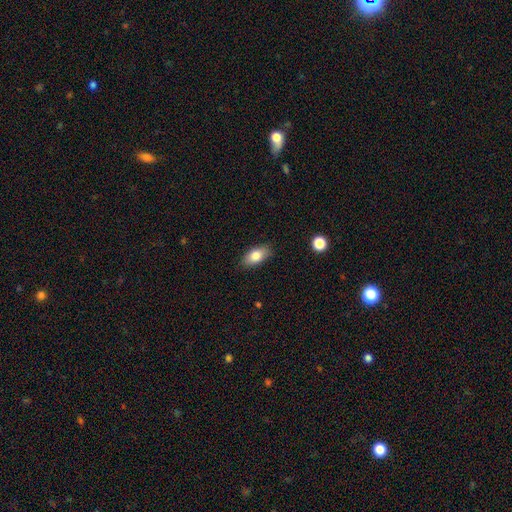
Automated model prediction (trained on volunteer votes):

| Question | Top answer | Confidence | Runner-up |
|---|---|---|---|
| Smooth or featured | smooth | 81% | featured or disk (12%) |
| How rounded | in between | 89% | cigar-shaped (5%) |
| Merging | none | 85% | minor disturbance (12%) |